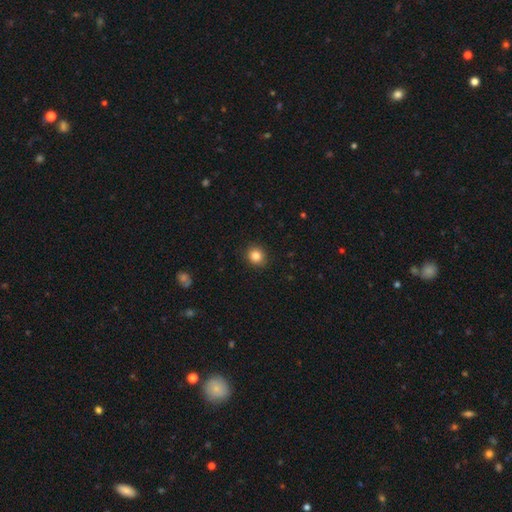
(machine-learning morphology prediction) This appears to be a smooth galaxy with no disk features (84%) that is round (84%). Merging: none (92%).